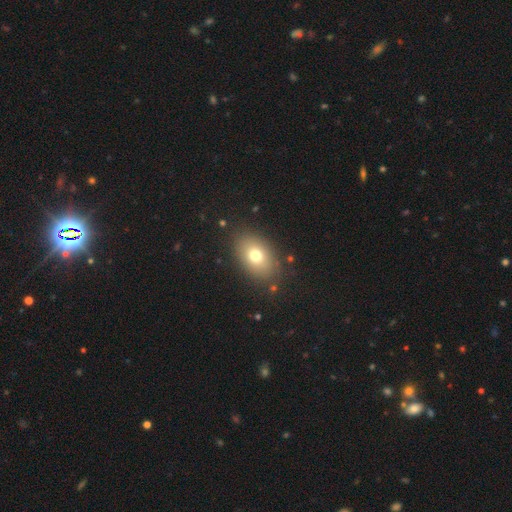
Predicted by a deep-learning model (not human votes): Smooth or featured? Predicted: smooth (p=0.73). How rounded? Predicted: in between (p=0.81). Merging? Predicted: none (p=0.85).